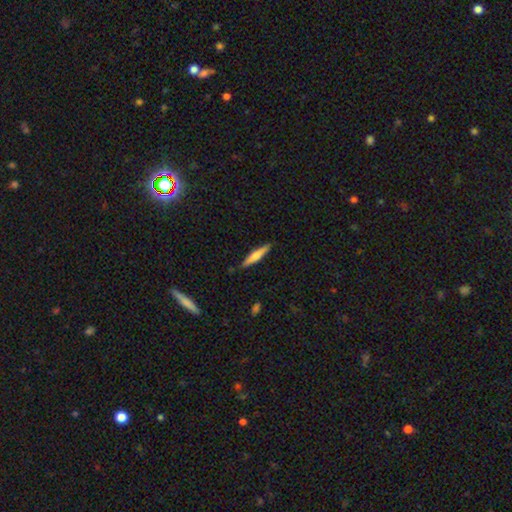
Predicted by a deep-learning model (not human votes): smooth_or_featured: smooth (p=0.55) [alt: featured or disk p=0.40]
how_rounded: cigar-shaped (p=0.89) [alt: in between p=0.09]
merging: none (p=0.88) [alt: minor disturbance p=0.09]